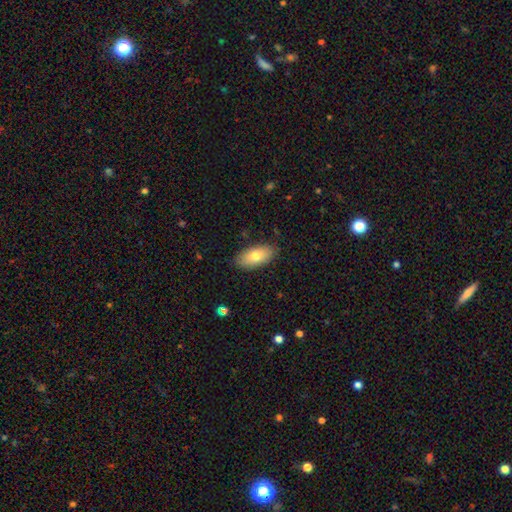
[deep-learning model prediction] Smooth or featured? Predicted: smooth (p=0.76). How rounded? Predicted: in between (p=0.91). Merging? Predicted: none (p=0.85).